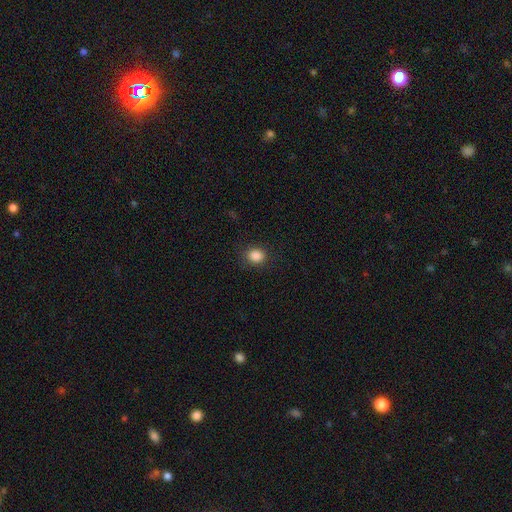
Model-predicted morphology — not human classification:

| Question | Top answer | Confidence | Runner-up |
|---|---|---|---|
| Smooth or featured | smooth | 86% | star or artifact (11%) |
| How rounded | round | 69% | in between (30%) |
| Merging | none | 87% | minor disturbance (9%) |